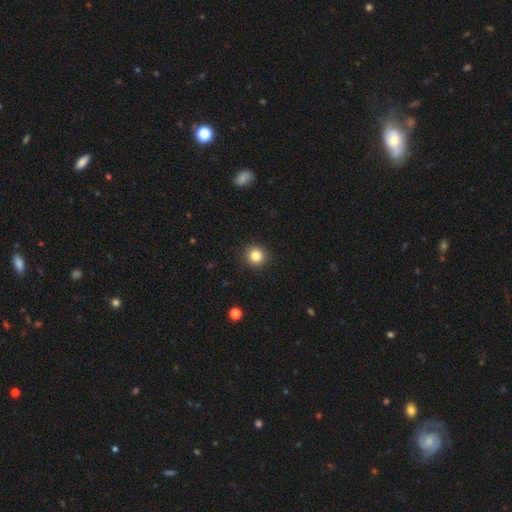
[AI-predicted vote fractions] Smooth or featured: smooth — 84% (star or artifact — 11%)
How rounded: round — 94% (in between — 5%)
Merging: none — 92% (minor disturbance — 5%)